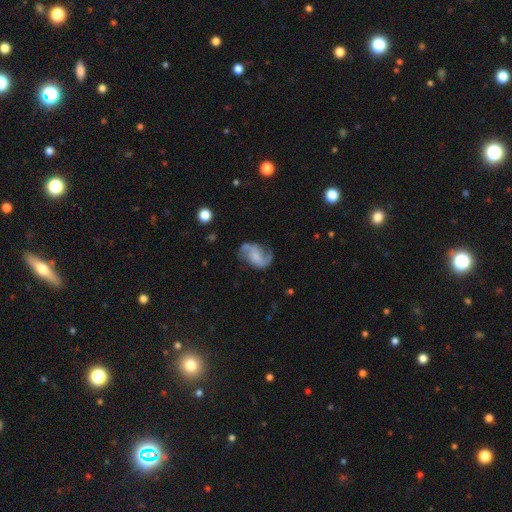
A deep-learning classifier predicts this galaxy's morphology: Overall: featured or disk (70%). Edge-on disk: no (97%). Bar: no (48%; weak 37%). Spiral arms: yes (90%). Spiral arm count: 2 (87%). Spiral winding: loose (53%; medium 36%). Bulge size: none (41%; small 29%). Merging: none (60%; minor disturbance 23%).